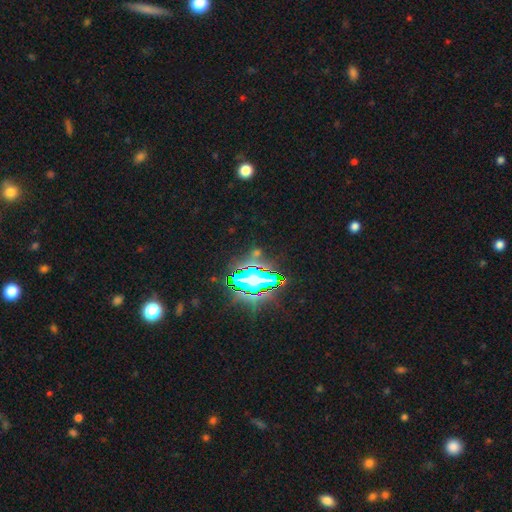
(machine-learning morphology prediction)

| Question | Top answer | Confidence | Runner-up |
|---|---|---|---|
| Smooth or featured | star or artifact | 72% | smooth (16%) |